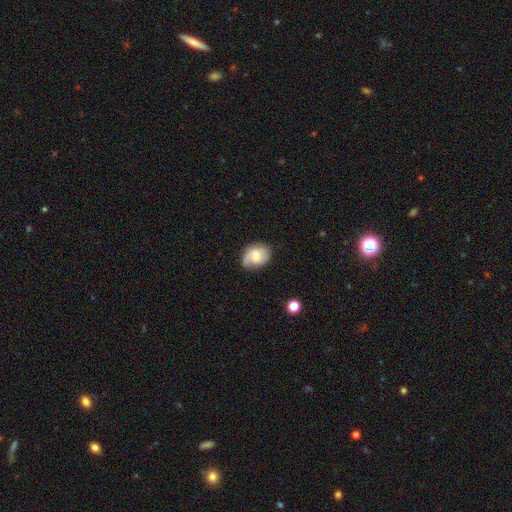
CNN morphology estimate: Smooth or featured? smooth (52%)
How rounded? in between (57%)
Merging? none (60%)